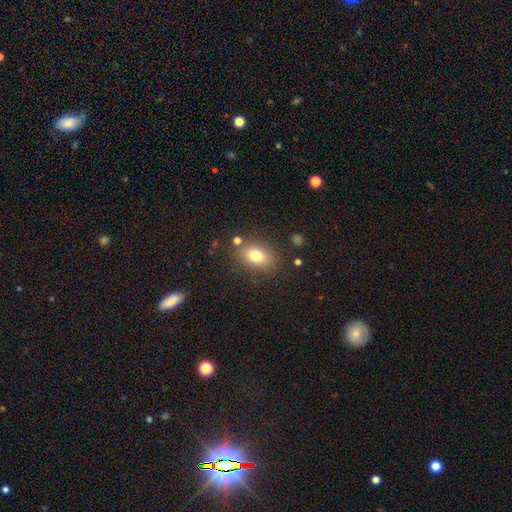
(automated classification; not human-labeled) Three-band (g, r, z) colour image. It shows a smooth galaxy with no disk features (77%) that is in between round and cigar-shaped (77%). Merging: none (79%).